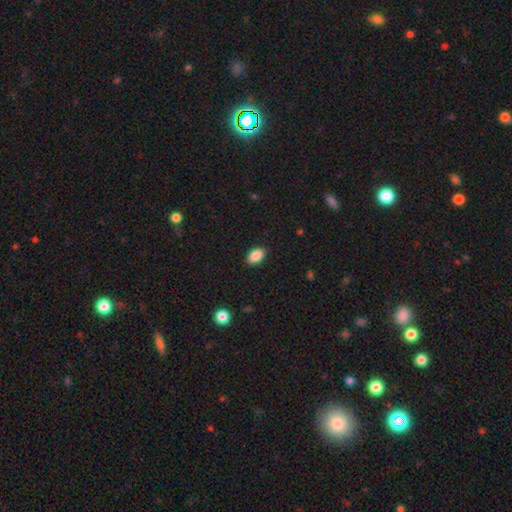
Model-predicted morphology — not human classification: smooth 88%, star or artifact 8%, featured or disk 4%. Down the decision tree: how rounded — in between (91%); merging — none (90%).